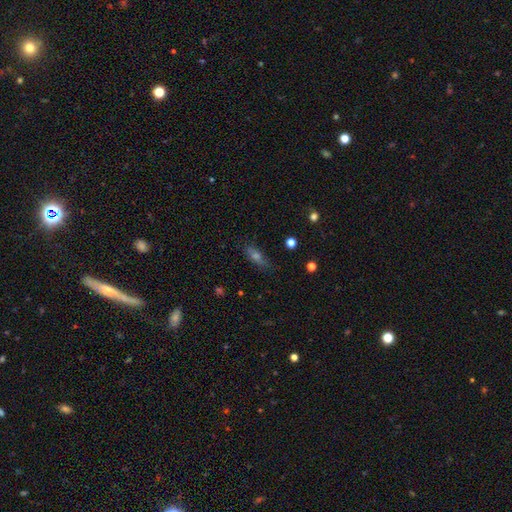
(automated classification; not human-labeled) A smooth galaxy with no disk features (49%). Merging: none (78%).